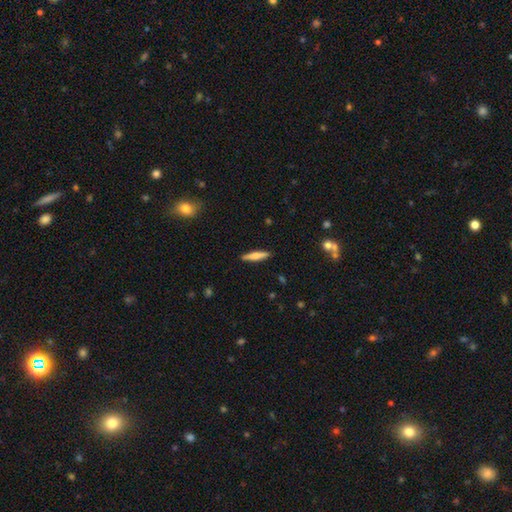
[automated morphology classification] smooth-or-featured: smooth: 60% | featured or disk: 34% | star or artifact: 6%
  how-rounded: cigar-shaped: 85% | in between: 14% | round: 2%
  merging: none: 90% | minor disturbance: 7% | major disturbance: 2% | merger: 1%